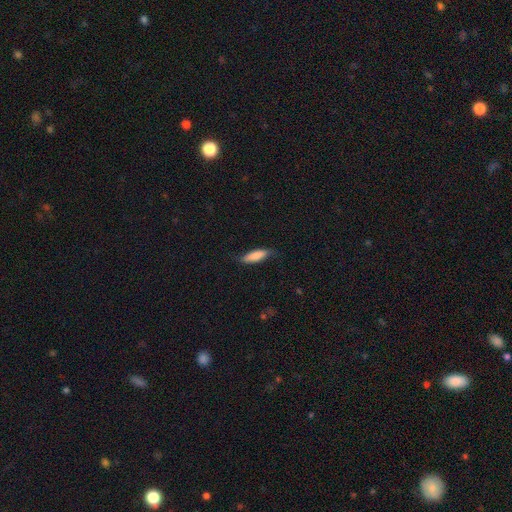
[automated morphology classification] Q: Smooth or featured?
A: smooth (81%); runner-up: featured or disk (14%)
Q: How rounded?
A: cigar-shaped (53%); runner-up: in between (45%)
Q: Merging?
A: none (74%); runner-up: minor disturbance (21%)